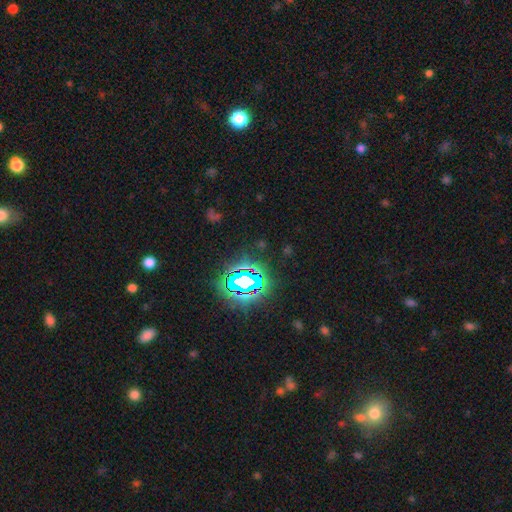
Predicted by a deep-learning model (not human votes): Smooth or featured: star or artifact — 80% (smooth — 13%)